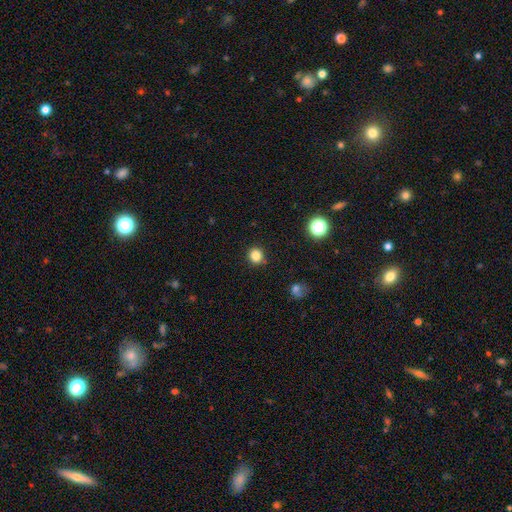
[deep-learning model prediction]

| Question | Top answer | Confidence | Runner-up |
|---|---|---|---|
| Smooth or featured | smooth | 83% | star or artifact (12%) |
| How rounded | round | 90% | in between (9%) |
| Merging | none | 89% | minor disturbance (7%) |